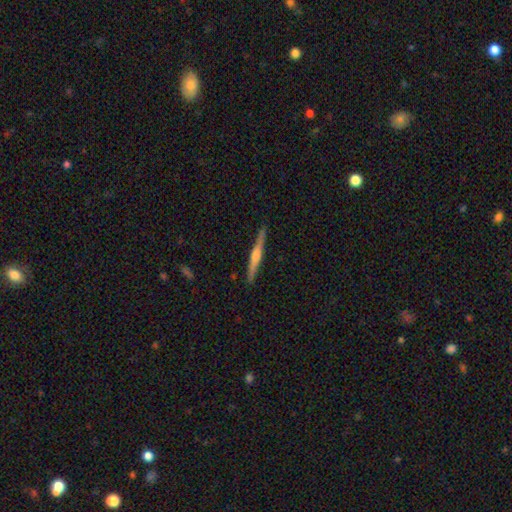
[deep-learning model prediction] Smooth or featured?
  - featured or disk: 71% *
  - smooth: 24%
  - star or artifact: 6%
Edge-on disk?
  - yes: 98% *
  - no: 2%
Edge-on bulge?
  - rounded: 81% *
  - none: 12%
  - boxy: 7%
Merging?
  - none: 91% *
  - minor disturbance: 7%
  - major disturbance: 1%
  - merger: 1%